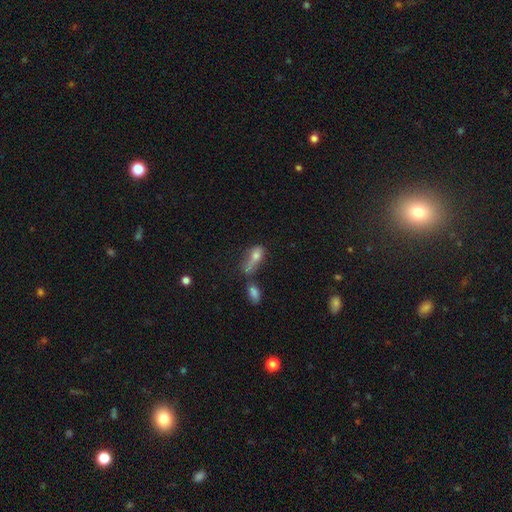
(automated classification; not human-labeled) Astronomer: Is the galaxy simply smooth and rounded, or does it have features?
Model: smooth — 67%.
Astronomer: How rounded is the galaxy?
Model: in between — 73%.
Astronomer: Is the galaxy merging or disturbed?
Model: merger — 38% (runner-up: none, 24%).